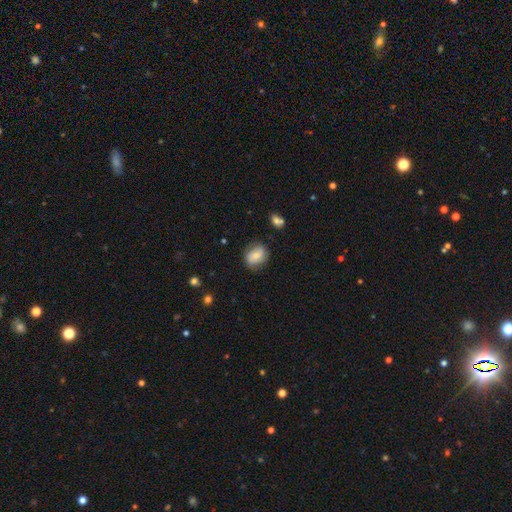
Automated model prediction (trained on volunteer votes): Smooth or featured: smooth — 60% (featured or disk — 31%)
How rounded: in between — 53% (round — 45%)
Merging: none — 73% (minor disturbance — 20%)